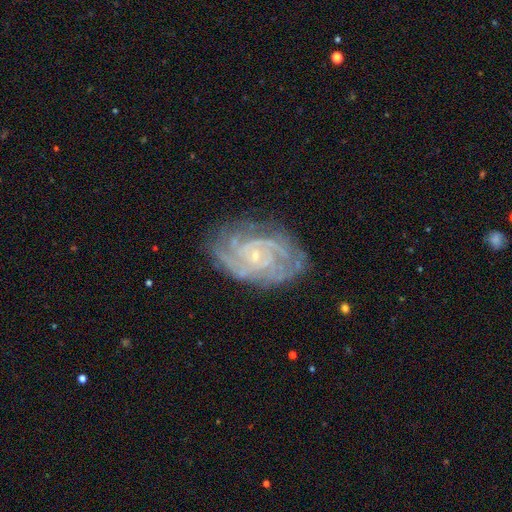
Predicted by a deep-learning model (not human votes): A featured or disk galaxy (88%) with no bar (69%), 2 (28%) tight (69%) spiral arms (97%) and a small central bulge (83%).

Vote fractions:
- Smooth or featured? featured or disk: 88% / star or artifact: 6% / smooth: 6%
- Edge-on disk? no: 97% / yes: 3%
- Bar? no: 69% / weak: 25% / strong: 6%
- Spiral arms? yes: 97% / no: 3%
- Spiral winding? tight: 69% / medium: 26% / loose: 4%
- Spiral arm count? 2: 28% / can't tell: 23% / 3: 22% / 4: 14% / more than 4: 7% / 1: 6%
- Bulge size? small: 83% / moderate: 12% / none: 2% / large: 1% / dominant: 1%
- Merging? none: 76% / minor disturbance: 17% / major disturbance: 5% / merger: 1%